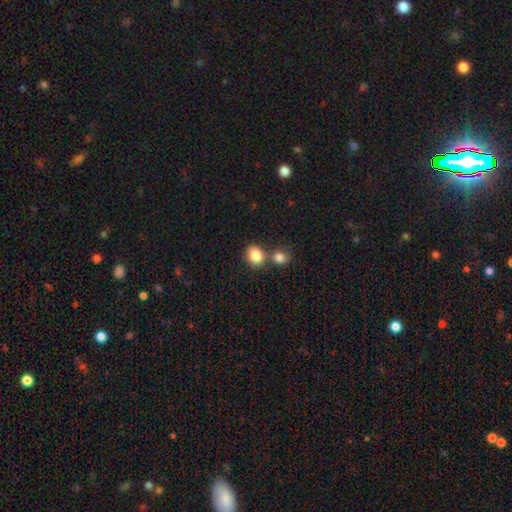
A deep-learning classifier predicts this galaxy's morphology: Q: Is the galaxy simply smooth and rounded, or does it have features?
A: smooth — 85%.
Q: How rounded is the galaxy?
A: round — 52%.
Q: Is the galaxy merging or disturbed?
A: none — 53%.